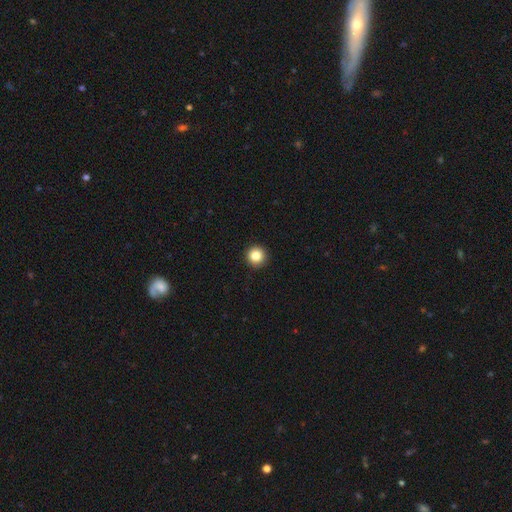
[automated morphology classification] smooth-or-featured: smooth: 85% | star or artifact: 10% | featured or disk: 5%
  how-rounded: round: 96% | in between: 3% | cigar-shaped: 1%
  merging: none: 94% | minor disturbance: 4% | major disturbance: 1% | merger: 1%